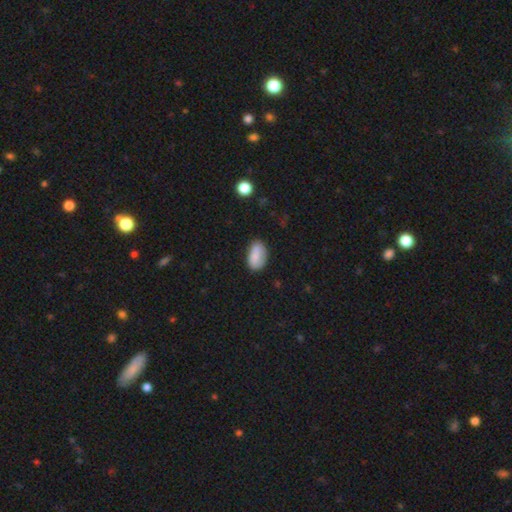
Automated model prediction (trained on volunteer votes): Smooth or featured? Predicted: smooth (p=0.85). How rounded? Predicted: in between (p=0.92). Merging? Predicted: none (p=0.73).